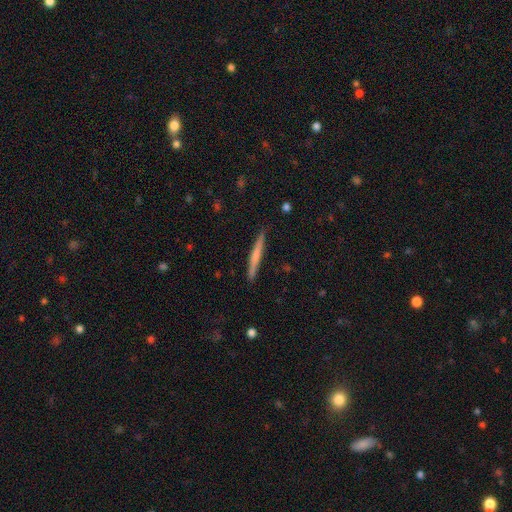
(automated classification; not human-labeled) A smooth galaxy with no disk features (55%) that is cigar-shaped (96%).

Vote fractions:
- Smooth or featured? smooth: 55% / featured or disk: 39% / star or artifact: 6%
- How rounded? cigar-shaped: 96% / in between: 2% / round: 1%
- Merging? none: 90% / minor disturbance: 7% / major disturbance: 1% / merger: 1%